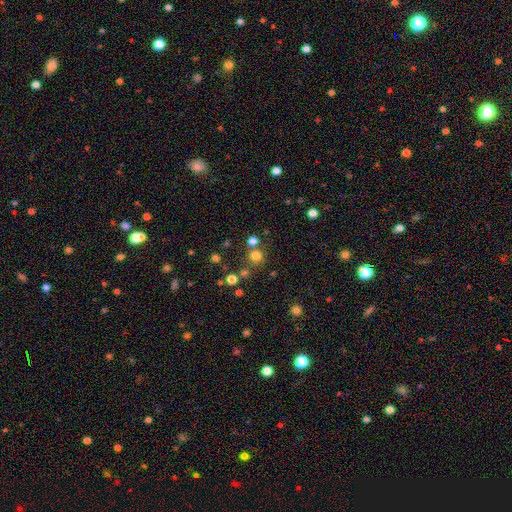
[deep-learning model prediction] This appears to be a smooth galaxy with no disk features (74%) that is round (92%). Merging: none (73%).